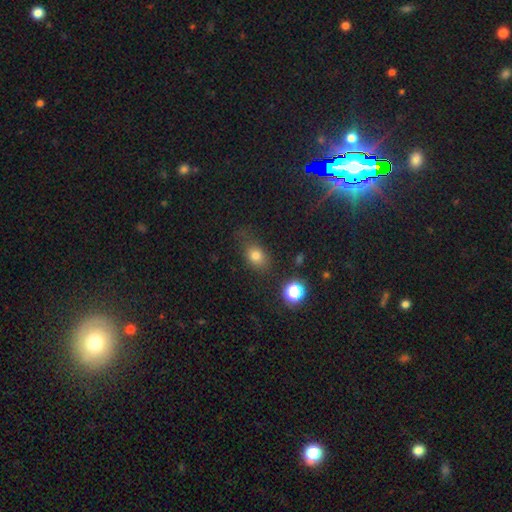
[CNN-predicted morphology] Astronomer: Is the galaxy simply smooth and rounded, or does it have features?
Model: smooth — 76%.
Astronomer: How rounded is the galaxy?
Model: in between — 58% (runner-up: round, 40%).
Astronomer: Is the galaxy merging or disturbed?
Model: none — 68%.